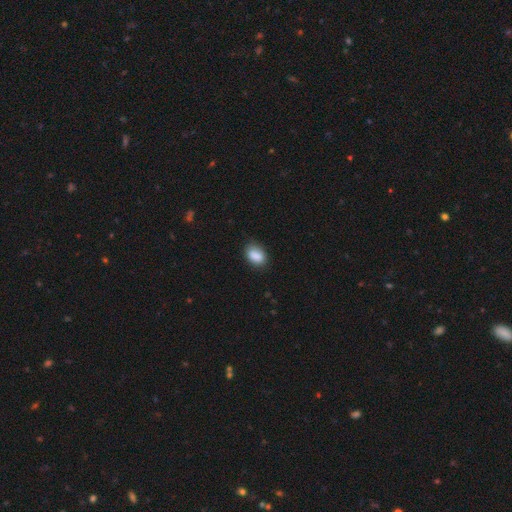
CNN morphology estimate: A smooth galaxy with no disk features (87%) that is in between round and cigar-shaped (85%).

Vote fractions:
- Smooth or featured? smooth: 87% / star or artifact: 8% / featured or disk: 6%
- How rounded? in between: 85% / round: 14% / cigar-shaped: 2%
- Merging? none: 75% / minor disturbance: 20% / major disturbance: 3% / merger: 2%